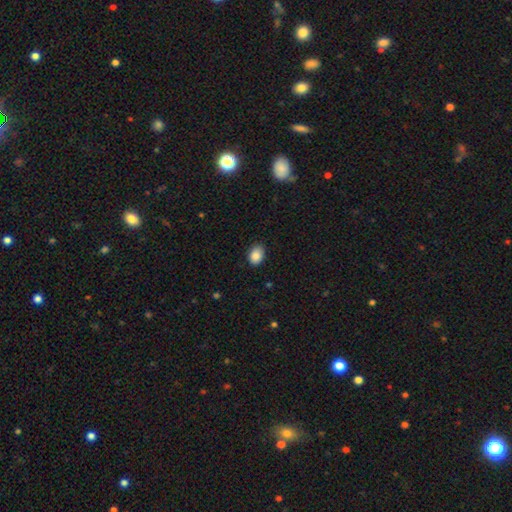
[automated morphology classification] Smooth or featured? Predicted: smooth (p=0.87). How rounded? Predicted: in between (p=0.76). Merging? Predicted: none (p=0.84).